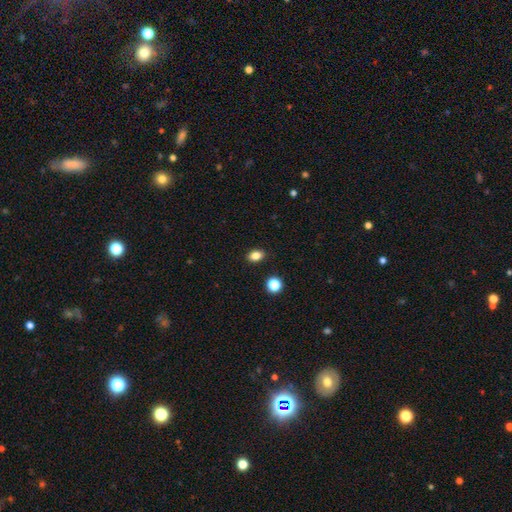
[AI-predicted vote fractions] The model was most divided on "how rounded": in between: 74%, round: 25%, cigar-shaped: 1%. More confident: merging — none (89%); smooth or featured — smooth (84%).